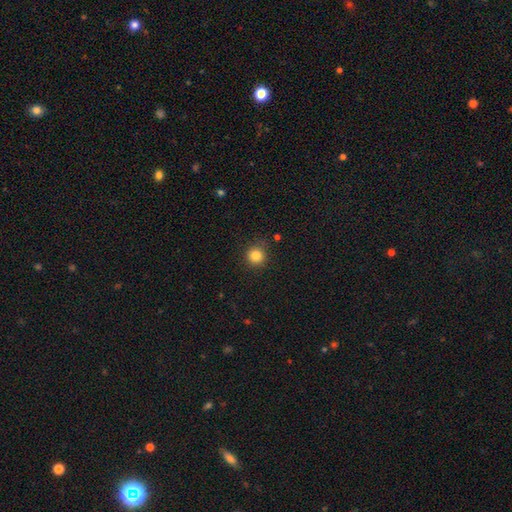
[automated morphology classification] Smooth or featured: smooth — 84% (star or artifact — 12%)
How rounded: round — 93% (in between — 6%)
Merging: none — 86% (minor disturbance — 9%)